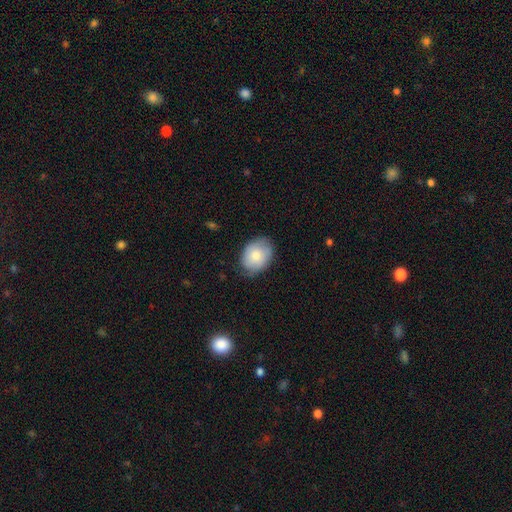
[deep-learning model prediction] Morphology: type=smooth (73%); roundness=in between (71%); merging=none (72%).